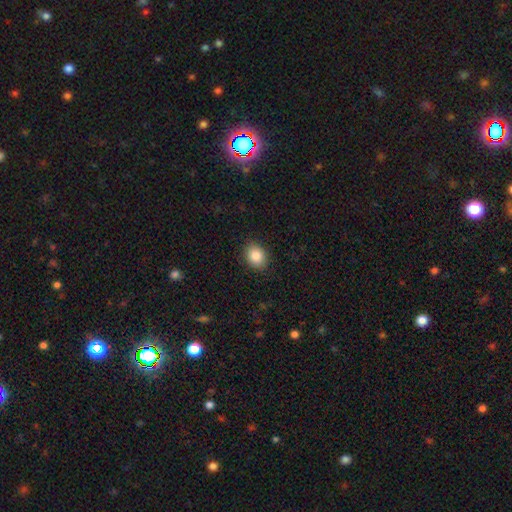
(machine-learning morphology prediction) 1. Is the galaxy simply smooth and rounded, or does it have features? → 86% smooth, 9% star or artifact, 6% featured or disk.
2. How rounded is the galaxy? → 51% in between, 48% round, 1% cigar-shaped.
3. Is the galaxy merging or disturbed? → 89% none, 8% minor disturbance, 2% major disturbance, 1% merger.